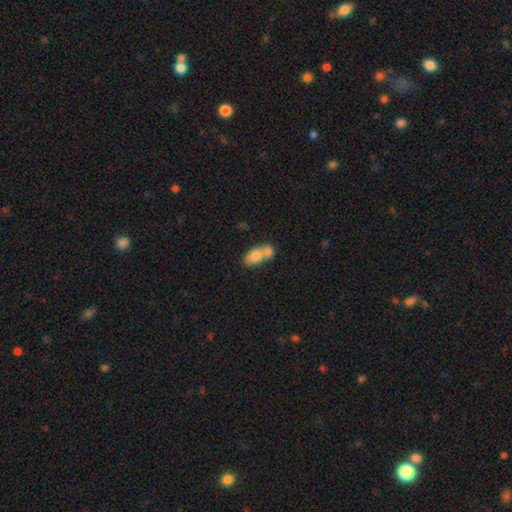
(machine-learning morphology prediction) smooth_or_featured: smooth (p=0.76) [alt: featured or disk p=0.16]
how_rounded: in between (p=0.86) [alt: round p=0.09]
merging: merger (p=0.58) [alt: none p=0.28]